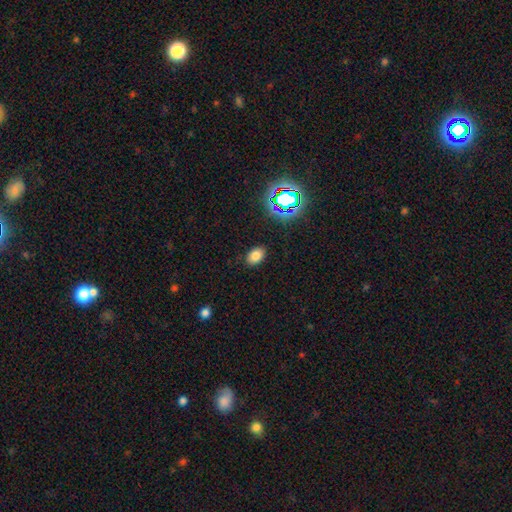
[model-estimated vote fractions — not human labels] smooth_or_featured: smooth (p=0.77) [alt: star or artifact p=0.16]
how_rounded: in between (p=0.82) [alt: round p=0.17]
merging: none (p=0.87) [alt: minor disturbance p=0.09]